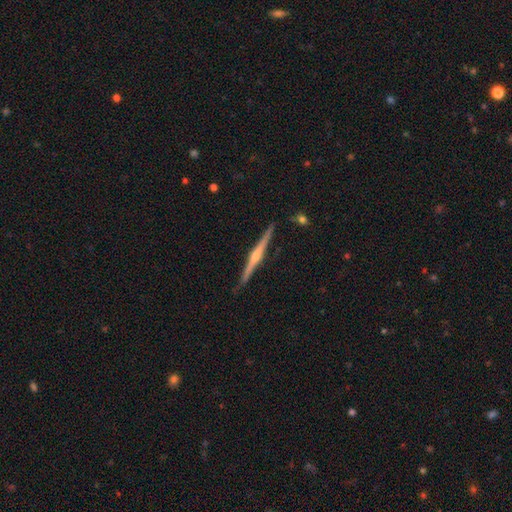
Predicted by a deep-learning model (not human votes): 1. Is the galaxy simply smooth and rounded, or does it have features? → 83% featured or disk, 12% smooth, 5% star or artifact.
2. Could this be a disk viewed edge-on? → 99% yes, 1% no.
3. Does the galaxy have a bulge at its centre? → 84% rounded, 9% none, 7% boxy.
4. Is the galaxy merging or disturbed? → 92% none, 6% minor disturbance, 1% merger, 1% major disturbance.